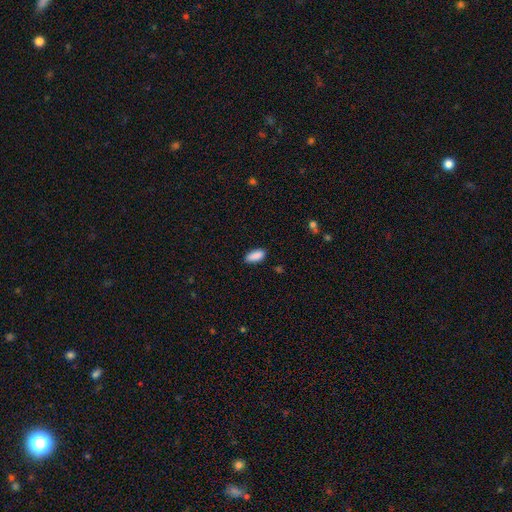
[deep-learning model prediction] This appears to be a smooth galaxy with no disk features (89%) that is in between round and cigar-shaped (83%). Merging: none (83%).